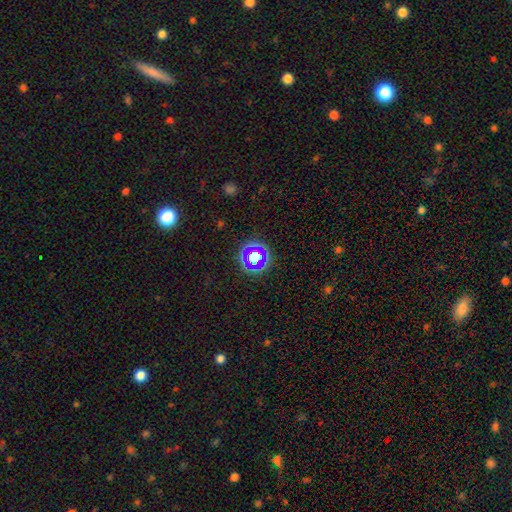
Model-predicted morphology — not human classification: Smooth or featured? star or artifact (53%)